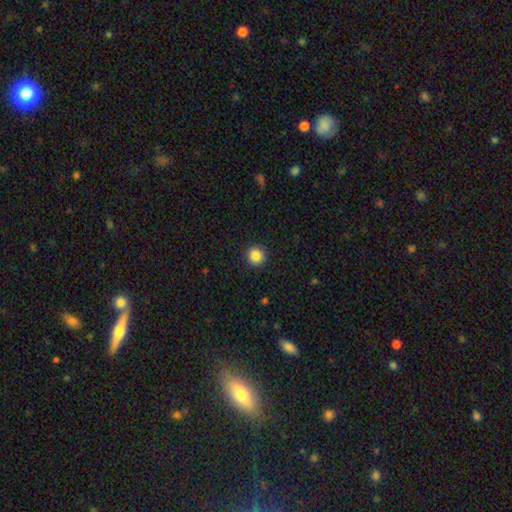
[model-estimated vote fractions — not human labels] smooth 86%, star or artifact 10%, featured or disk 4%. Down the decision tree: how rounded — round (94%); merging — none (92%).